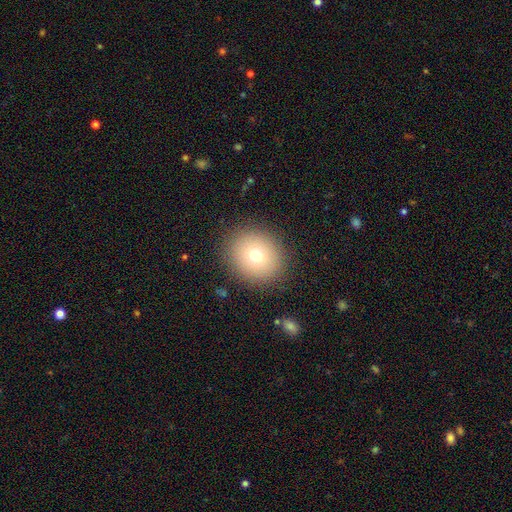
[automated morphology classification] Smooth or featured?
  - smooth: 73% *
  - star or artifact: 14%
  - featured or disk: 14%
How rounded?
  - round: 82% *
  - in between: 17%
  - cigar-shaped: 1%
Merging?
  - none: 88% *
  - minor disturbance: 7%
  - major disturbance: 4%
  - merger: 1%